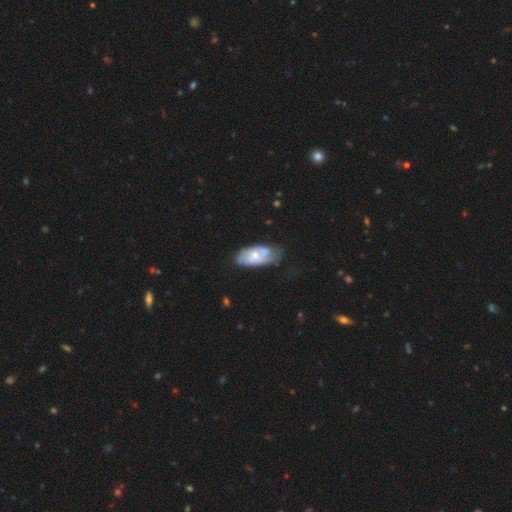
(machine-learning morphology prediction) Q: Smooth or featured?
A: featured or disk (60%); runner-up: smooth (34%)
Q: Edge-on disk?
A: no (92%); runner-up: yes (8%)
Q: Bar?
A: no (73%); runner-up: weak (23%)
Q: Spiral arms?
A: yes (73%); runner-up: no (27%)
Q: Bulge size?
A: moderate (49%); runner-up: small (44%)
Q: Merging?
A: none (51%); runner-up: minor disturbance (31%)